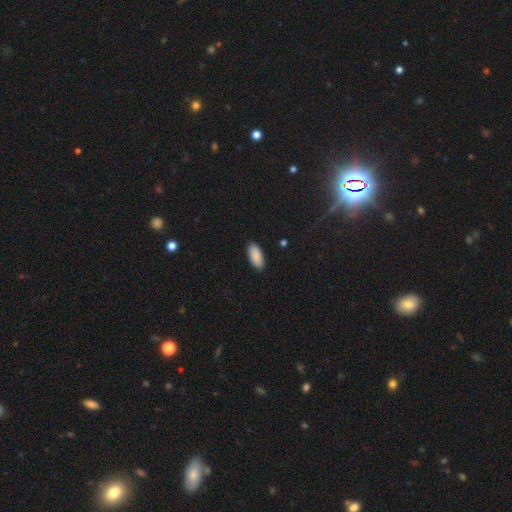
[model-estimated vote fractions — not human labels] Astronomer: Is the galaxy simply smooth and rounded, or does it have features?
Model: smooth — 90%.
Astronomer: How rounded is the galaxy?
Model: in between — 90%.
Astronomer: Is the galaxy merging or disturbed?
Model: none — 89%.